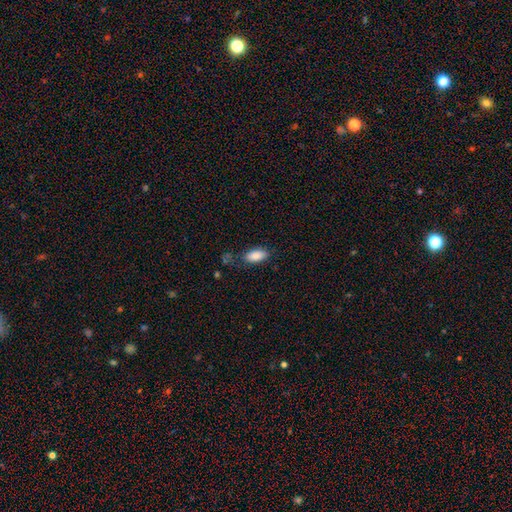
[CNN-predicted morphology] This appears to be a smooth galaxy with no disk features (85%) that is in between round and cigar-shaped (90%). Merging: none (74%).